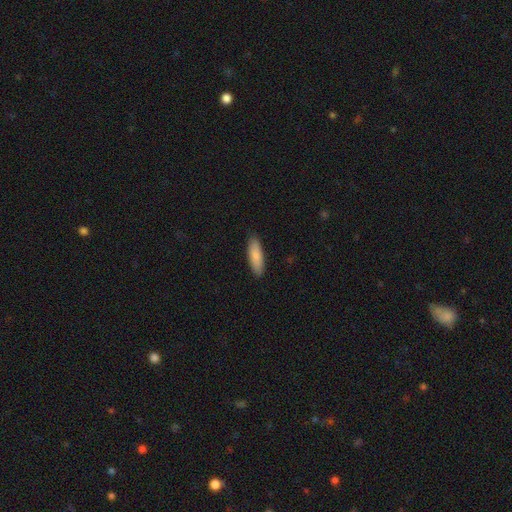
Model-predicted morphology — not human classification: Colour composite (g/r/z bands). It shows a smooth galaxy with no disk features (86%) that is cigar-shaped (53%). Merging: none (89%).